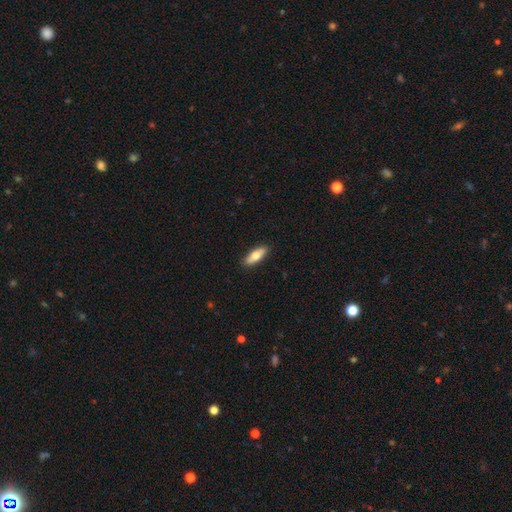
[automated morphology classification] smooth_or_featured: smooth (p=0.69) [alt: featured or disk p=0.25]
how_rounded: in between (p=0.64) [alt: cigar-shaped p=0.33]
merging: none (p=0.89) [alt: minor disturbance p=0.08]